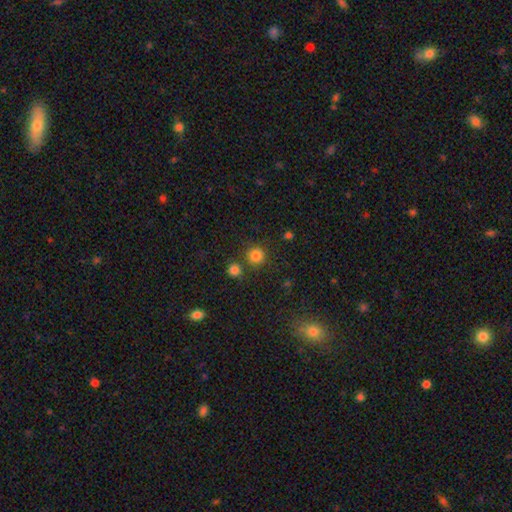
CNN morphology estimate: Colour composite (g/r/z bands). It shows a smooth galaxy with no disk features (81%) that is round (92%). Merging: none (78%).